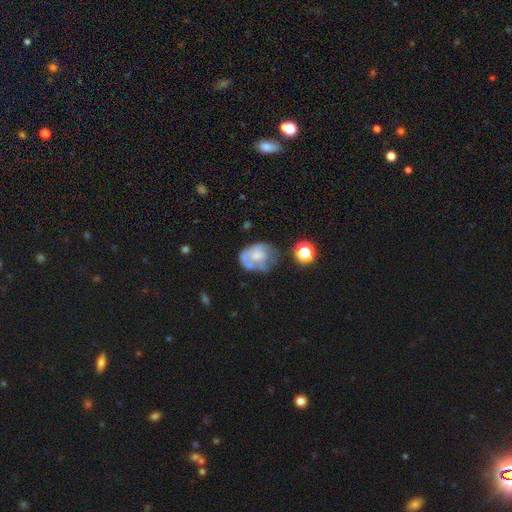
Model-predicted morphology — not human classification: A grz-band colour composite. It shows a featured or disk galaxy (49%). Merging: none (35%).